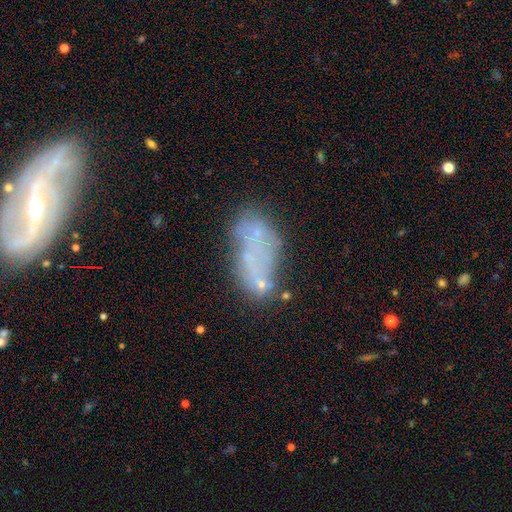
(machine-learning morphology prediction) This is possibly a smooth galaxy (45%). Merging: possibly none (48%).